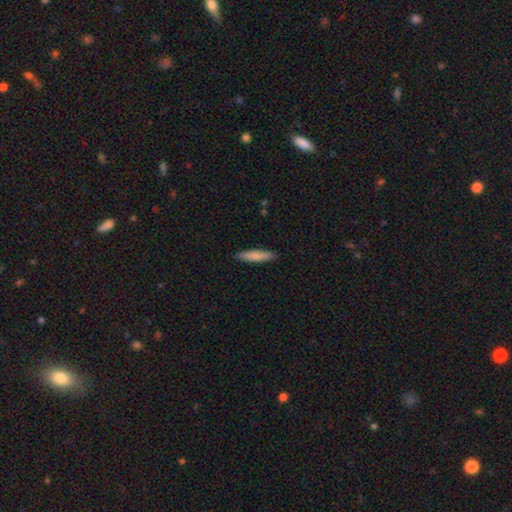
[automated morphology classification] Smooth or featured? smooth (83%)
How rounded? cigar-shaped (83%)
Merging? none (89%)